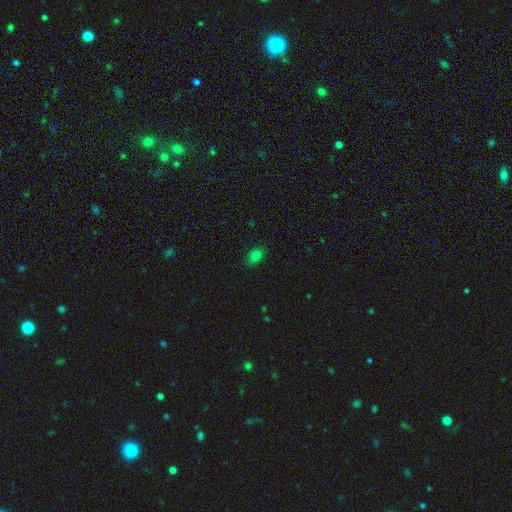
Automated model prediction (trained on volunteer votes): This appears to be a smooth galaxy with no disk features (78%) that is in between round and cigar-shaped (72%). Merging: none (84%).